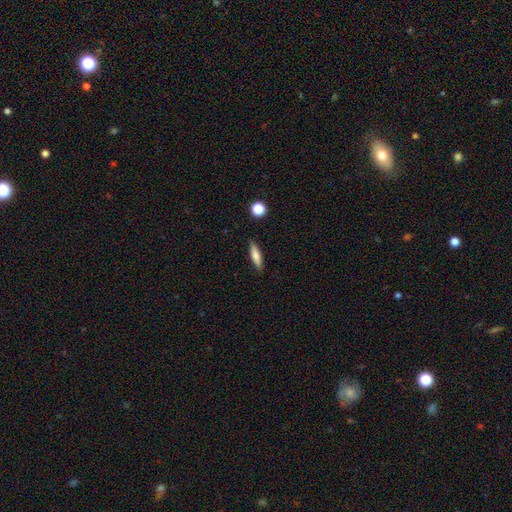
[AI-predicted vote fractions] Smooth or featured: smooth — 72% (featured or disk — 21%)
How rounded: cigar-shaped — 68% (in between — 30%)
Merging: none — 88% (minor disturbance — 8%)